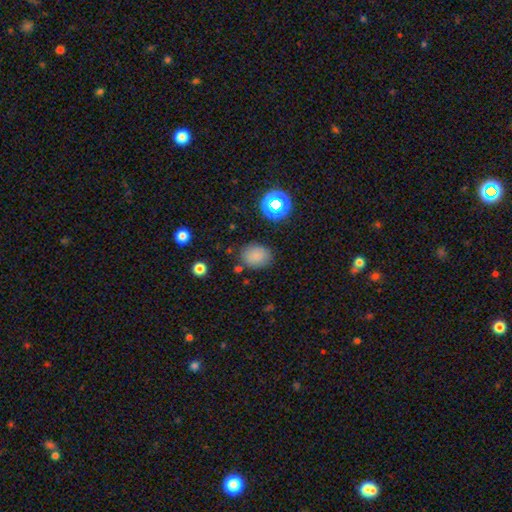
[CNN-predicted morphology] type=smooth (80%); roundness=in between (51%); merging=none (80%).